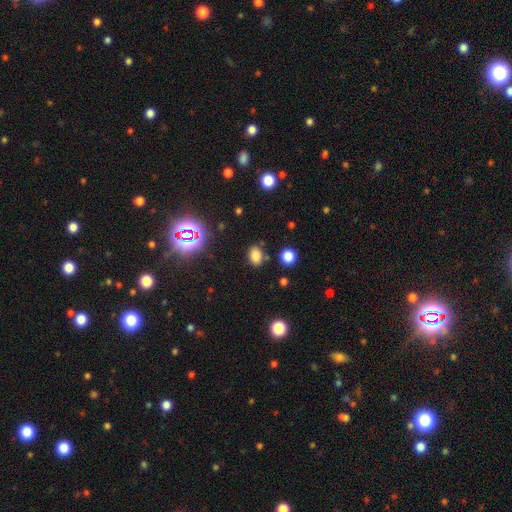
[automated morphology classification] This appears to be a smooth galaxy with no disk features (76%) that is in between round and cigar-shaped (74%). Merging: none (79%).